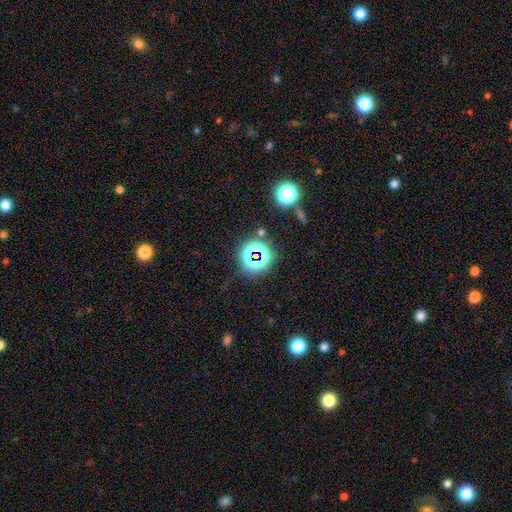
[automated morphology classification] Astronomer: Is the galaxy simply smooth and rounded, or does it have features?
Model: star or artifact — 65%.